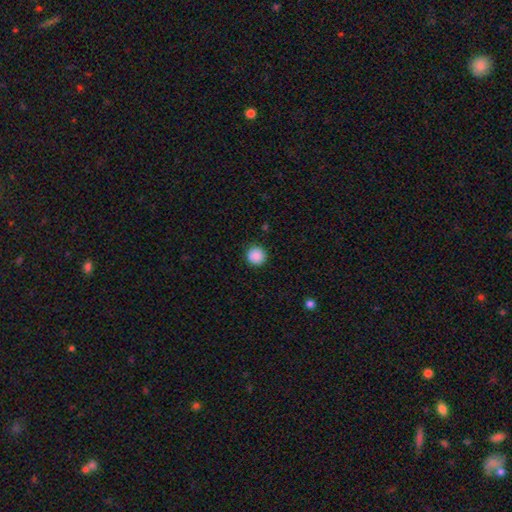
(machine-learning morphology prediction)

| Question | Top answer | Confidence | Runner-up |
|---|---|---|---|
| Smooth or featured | smooth | 89% | star or artifact (9%) |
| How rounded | round | 95% | in between (4%) |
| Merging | none | 92% | minor disturbance (6%) |